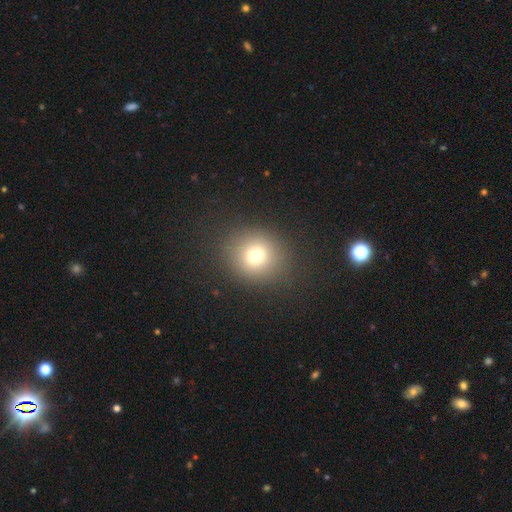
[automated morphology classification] smooth-or-featured: smooth: 74% | star or artifact: 15% | featured or disk: 10%
  how-rounded: round: 80% | in between: 19% | cigar-shaped: 1%
  merging: none: 86% | minor disturbance: 8% | major disturbance: 4% | merger: 1%